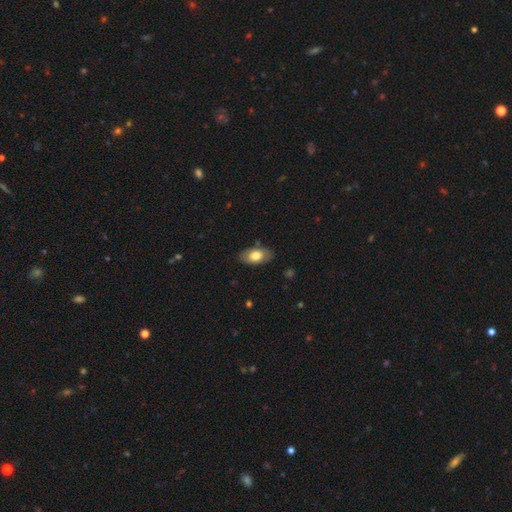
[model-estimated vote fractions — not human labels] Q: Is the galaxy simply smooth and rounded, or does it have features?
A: smooth — 72%.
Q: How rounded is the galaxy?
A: in between — 93%.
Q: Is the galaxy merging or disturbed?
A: none — 83%.